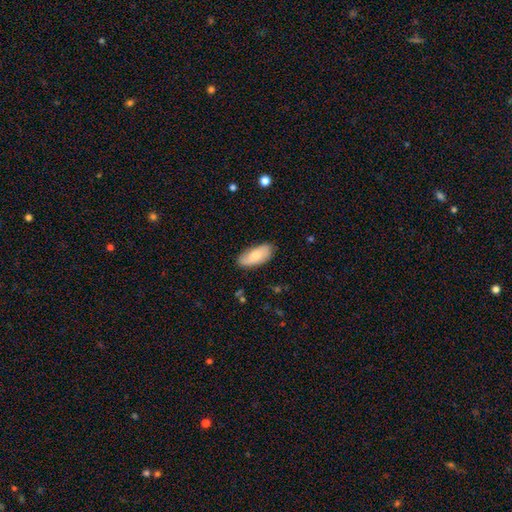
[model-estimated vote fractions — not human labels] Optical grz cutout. It shows a smooth galaxy with no disk features (72%) that is in between round and cigar-shaped (88%). Merging: none (81%).